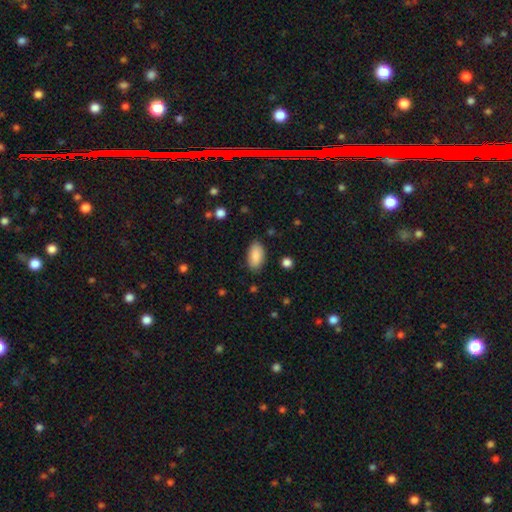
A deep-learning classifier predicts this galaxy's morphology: Smooth or featured? smooth (86%)
How rounded? in between (94%)
Merging? none (84%)